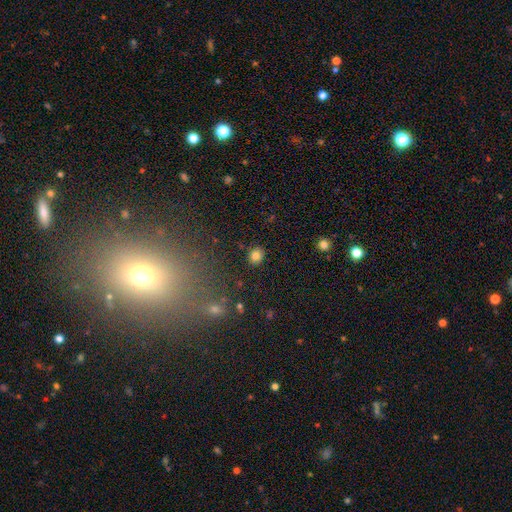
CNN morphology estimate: The model was most divided on "how rounded": round: 74%, in between: 25%, cigar-shaped: 1%. More confident: merging — none (88%); smooth or featured — smooth (81%).